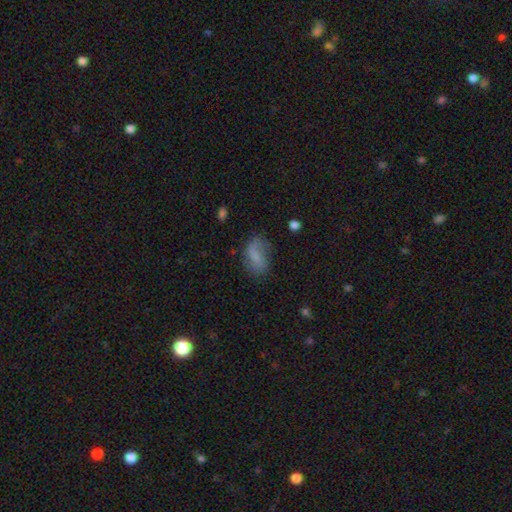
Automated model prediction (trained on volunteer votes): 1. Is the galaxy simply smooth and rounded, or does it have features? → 68% smooth, 22% featured or disk, 10% star or artifact.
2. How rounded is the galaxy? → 85% in between, 9% round, 6% cigar-shaped.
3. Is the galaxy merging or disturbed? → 55% none, 28% minor disturbance, 15% major disturbance, 3% merger.